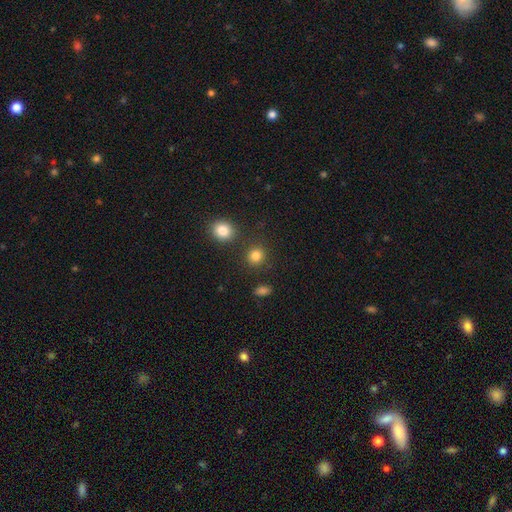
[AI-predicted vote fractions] smooth 84%, star or artifact 12%, featured or disk 5%. Down the decision tree: how rounded — round (87%); merging — none (84%).